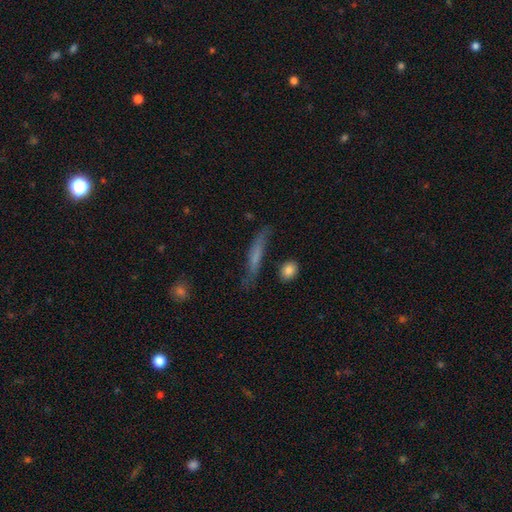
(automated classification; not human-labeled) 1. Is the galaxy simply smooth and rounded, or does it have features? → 54% smooth, 36% featured or disk, 10% star or artifact.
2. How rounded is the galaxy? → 87% cigar-shaped, 10% in between, 3% round.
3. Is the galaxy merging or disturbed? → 68% none, 21% minor disturbance, 8% major disturbance, 4% merger.